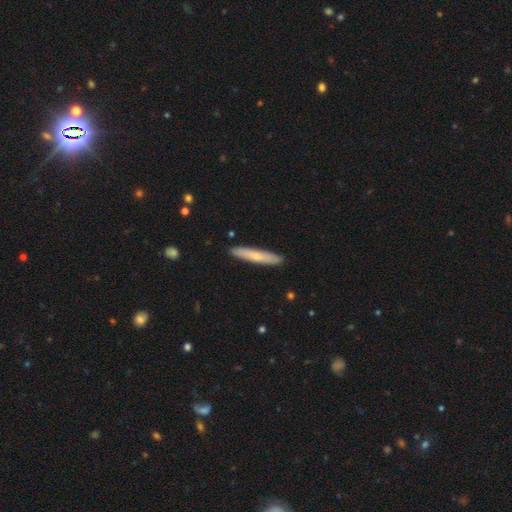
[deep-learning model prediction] smooth_or_featured: smooth (p=0.64) [alt: featured or disk p=0.31]
how_rounded: cigar-shaped (p=0.92) [alt: in between p=0.07]
merging: none (p=0.90) [alt: minor disturbance p=0.07]